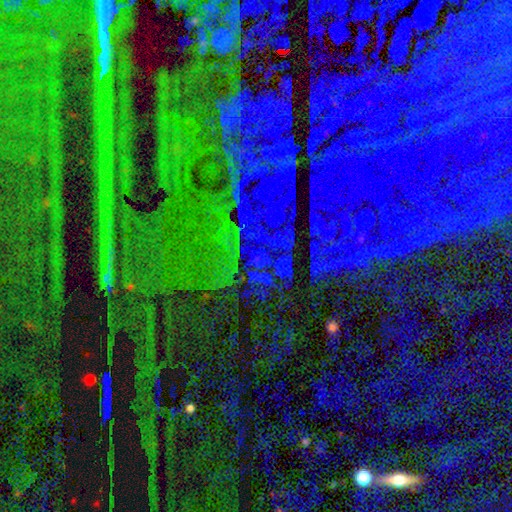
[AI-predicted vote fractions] This appears to be a star or artifact, not a galaxy (87%).